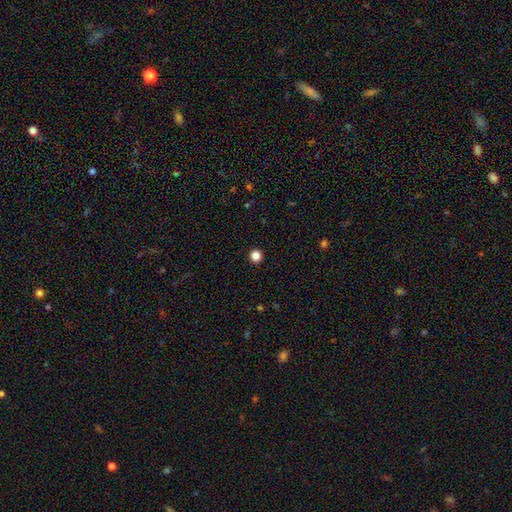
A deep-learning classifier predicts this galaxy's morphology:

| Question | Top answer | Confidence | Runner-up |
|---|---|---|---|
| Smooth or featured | smooth | 85% | star or artifact (12%) |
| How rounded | round | 94% | in between (5%) |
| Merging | none | 94% | minor disturbance (4%) |